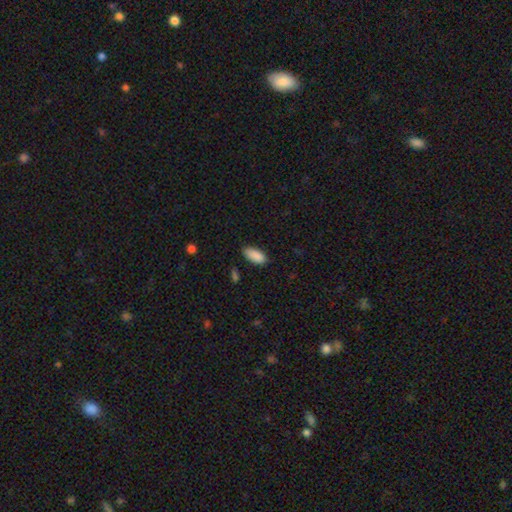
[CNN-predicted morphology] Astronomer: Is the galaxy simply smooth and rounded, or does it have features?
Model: smooth — 89%.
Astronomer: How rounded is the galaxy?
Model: in between — 90%.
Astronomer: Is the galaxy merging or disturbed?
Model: none — 80%.